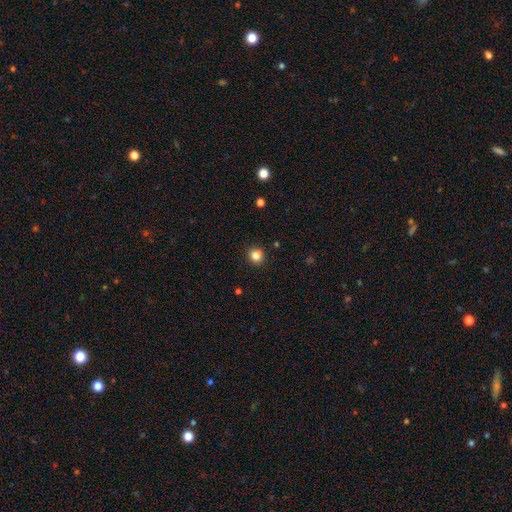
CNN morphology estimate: Smooth or featured?
  - smooth: 84% *
  - star or artifact: 12%
  - featured or disk: 5%
How rounded?
  - round: 91% *
  - in between: 8%
  - cigar-shaped: 1%
Merging?
  - none: 91% *
  - minor disturbance: 6%
  - major disturbance: 2%
  - merger: 1%